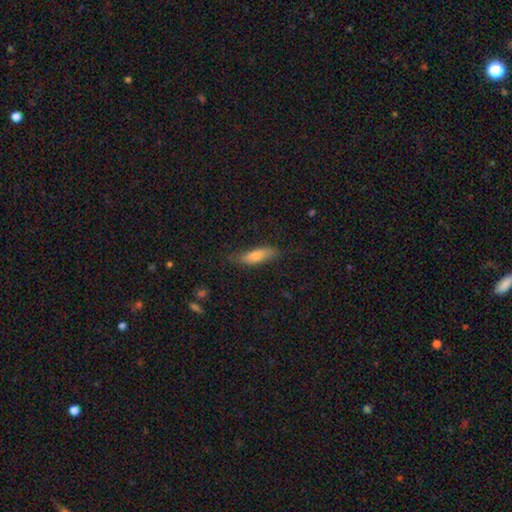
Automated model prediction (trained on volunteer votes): Smooth or featured: smooth — 70% (featured or disk — 24%)
How rounded: in between — 53% (cigar-shaped — 44%)
Merging: none — 75% (minor disturbance — 20%)